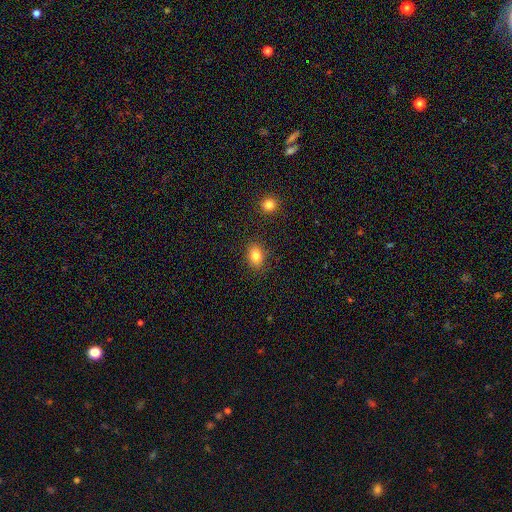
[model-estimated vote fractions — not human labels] smooth 83%, star or artifact 10%, featured or disk 7%. Down the decision tree: how rounded — in between (73%); merging — none (85%).